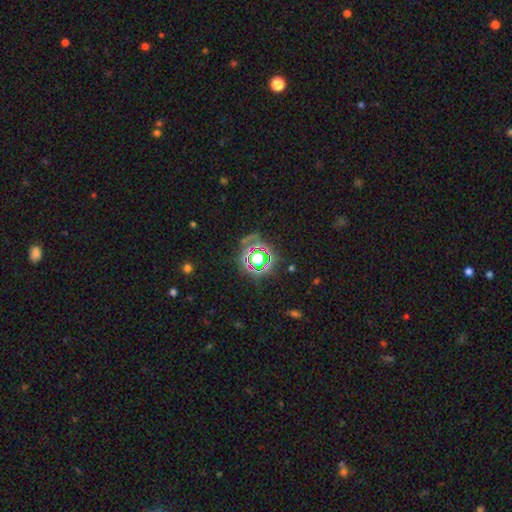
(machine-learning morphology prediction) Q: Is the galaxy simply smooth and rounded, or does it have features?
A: star or artifact — 61%.